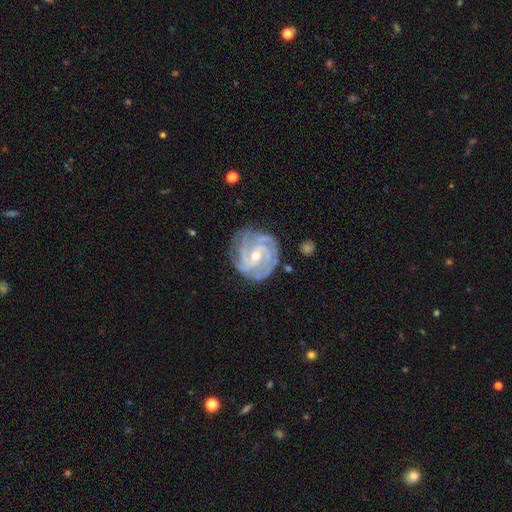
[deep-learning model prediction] Smooth or featured? Predicted: featured or disk (p=0.90). Edge-on disk? Predicted: no (p=0.97). Bar? Predicted: no (p=0.42). Spiral arms? Predicted: yes (p=0.98). Spiral winding? Predicted: tight (p=0.68). Spiral arm count? Predicted: 3 (p=0.30). Bulge size? Predicted: small (p=0.51). Merging? Predicted: none (p=0.77).